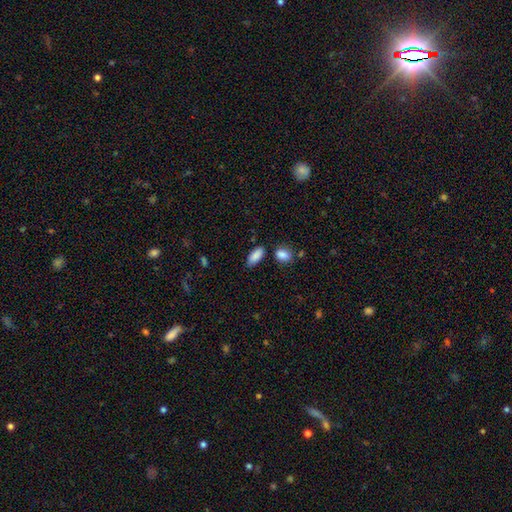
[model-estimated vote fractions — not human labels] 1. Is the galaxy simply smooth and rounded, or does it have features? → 88% smooth, 7% star or artifact, 5% featured or disk.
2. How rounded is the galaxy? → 86% in between, 11% cigar-shaped, 3% round.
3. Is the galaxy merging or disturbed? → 75% none, 16% minor disturbance, 6% merger, 3% major disturbance.